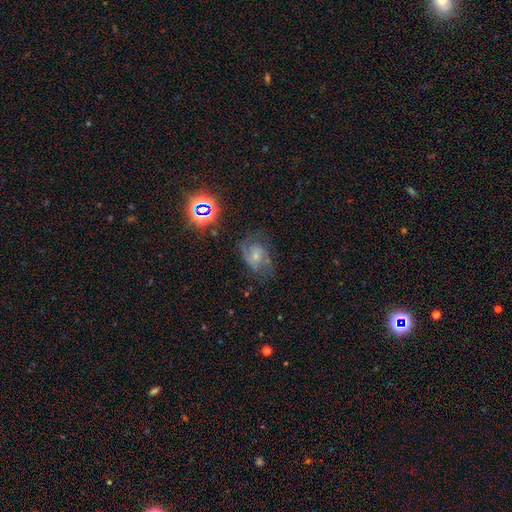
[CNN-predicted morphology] Smooth or featured?
  - featured or disk: 62% *
  - smooth: 23%
  - star or artifact: 15%
Edge-on disk?
  - no: 97% *
  - yes: 3%
Bar?
  - no: 56% *
  - weak: 36%
  - strong: 8%
Spiral arms?
  - yes: 86% *
  - no: 14%
Spiral winding?
  - medium: 50% *
  - loose: 26%
  - tight: 24%
Spiral arm count?
  - 2: 65% *
  - can't tell: 19%
  - 3: 8%
  - 1: 5%
  - 4: 2%
  - more than 4: 2%
Bulge size?
  - small: 55% *
  - moderate: 31%
  - none: 10%
  - large: 3%
  - dominant: 1%
Merging?
  - none: 58% *
  - minor disturbance: 23%
  - major disturbance: 17%
  - merger: 2%